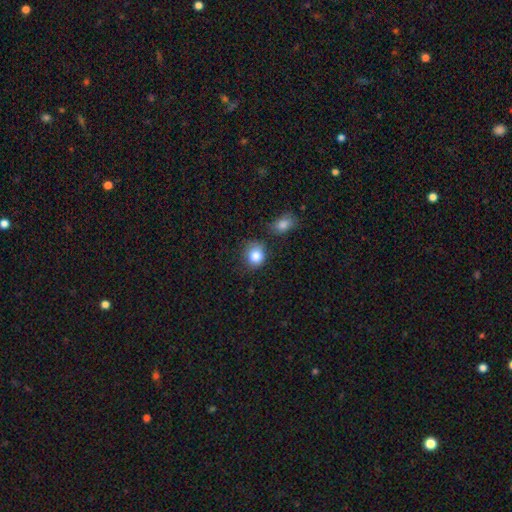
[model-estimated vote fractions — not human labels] This appears to be a smooth galaxy with no disk features (85%) that is round (77%). Merging: none (66%).